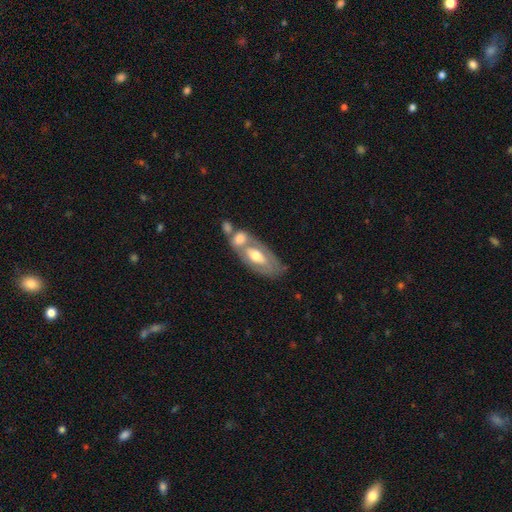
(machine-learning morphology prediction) Smooth or featured?
  - featured or disk: 57% *
  - smooth: 37%
  - star or artifact: 6%
Edge-on disk?
  - no: 87% *
  - yes: 13%
Merging?
  - merger: 52% *
  - none: 28%
  - minor disturbance: 13%
  - major disturbance: 8%